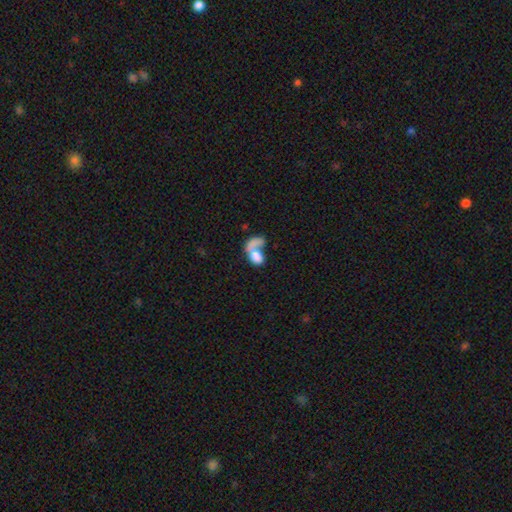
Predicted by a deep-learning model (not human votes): Overall: smooth (62%; featured or disk 29%). How rounded: in between (77%). Merging: merger (56%; major disturbance 19%).